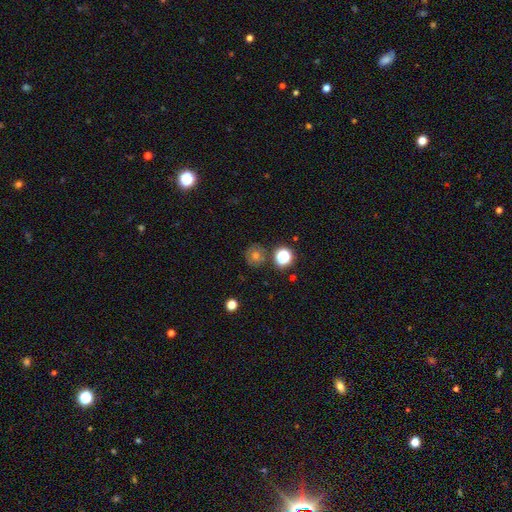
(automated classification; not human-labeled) Morphology: type=smooth (54%); roundness=round (90%); merging=none (81%).